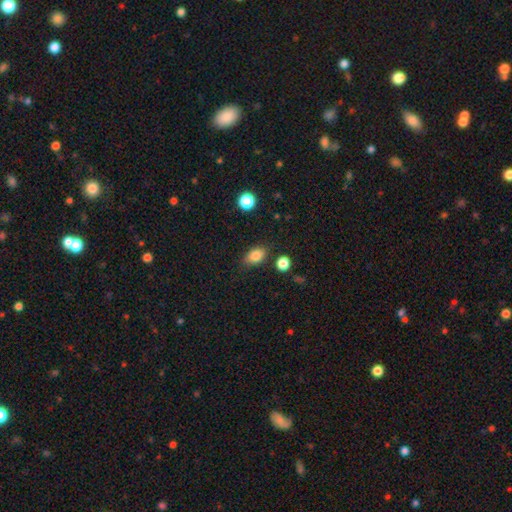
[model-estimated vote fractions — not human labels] Smooth or featured?
  - smooth: 82% *
  - star or artifact: 10%
  - featured or disk: 8%
How rounded?
  - in between: 80% *
  - round: 18%
  - cigar-shaped: 2%
Merging?
  - none: 79% *
  - minor disturbance: 14%
  - merger: 3%
  - major disturbance: 3%